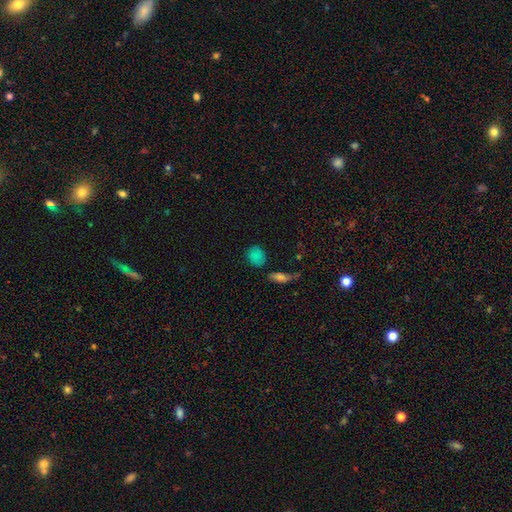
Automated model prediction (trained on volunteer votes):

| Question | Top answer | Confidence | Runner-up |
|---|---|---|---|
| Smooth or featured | smooth | 71% | star or artifact (20%) |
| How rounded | round | 61% | in between (35%) |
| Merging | none | 69% | minor disturbance (16%) |